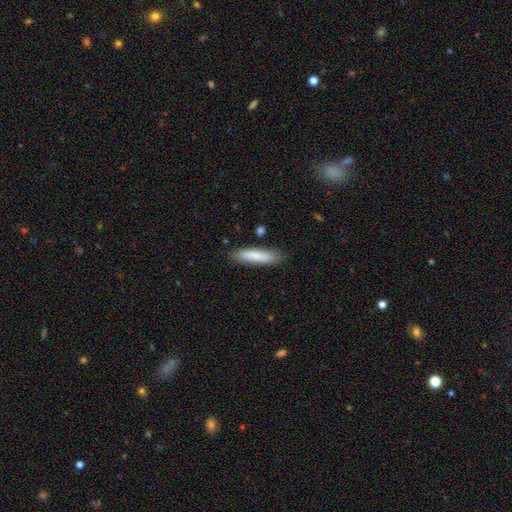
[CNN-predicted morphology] smooth 83%, featured or disk 12%, star or artifact 6%. Down the decision tree: how rounded — cigar-shaped (80%); merging — none (84%).